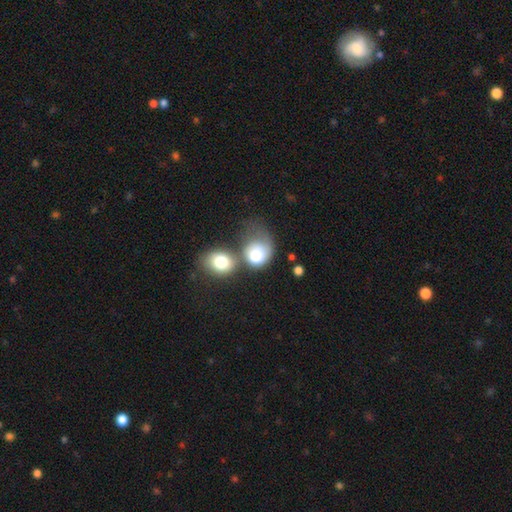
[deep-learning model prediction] This appears to be a smooth galaxy with no disk features (73%) that is round (62%). Merging: merger (44%).